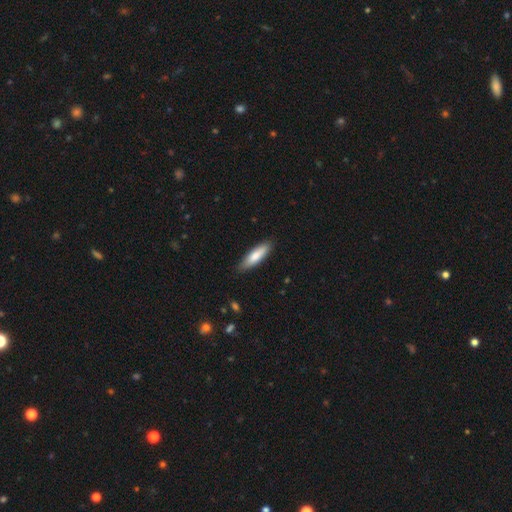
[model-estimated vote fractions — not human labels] Smooth or featured? smooth (76%)
How rounded? cigar-shaped (62%)
Merging? none (86%)